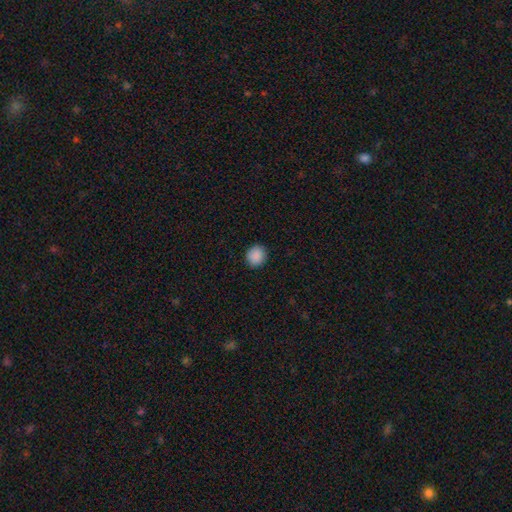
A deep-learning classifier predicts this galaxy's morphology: A smooth galaxy with no disk features (89%) that is round (87%). Merging: none (91%).